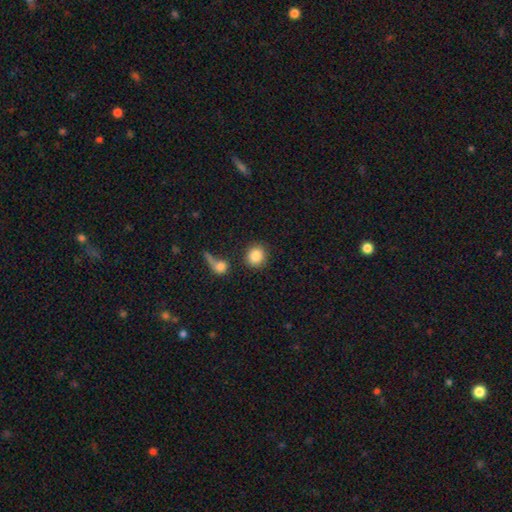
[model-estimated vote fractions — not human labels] smooth_or_featured: smooth (p=0.86) [alt: star or artifact p=0.08]
how_rounded: round (p=0.82) [alt: in between p=0.17]
merging: none (p=0.74) [alt: merger p=0.11]